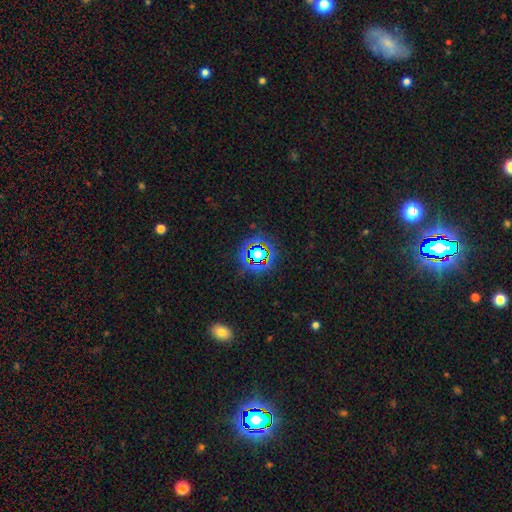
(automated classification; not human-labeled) star or artifact 66%, smooth 22%, featured or disk 11%.